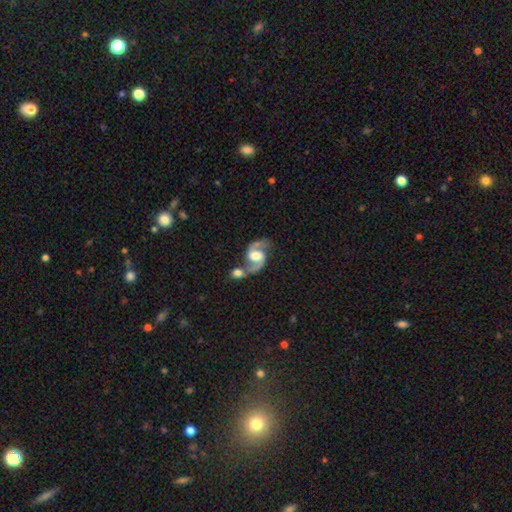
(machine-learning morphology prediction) featured or disk 88%, smooth 7%, star or artifact 5%. Down the decision tree: edge-on disk — no (98%); bar — weak (45%); spiral arms — yes (97%); spiral arm count — 2 (93%); spiral winding — medium (55%); bulge size — moderate (56%); merging — none (44%).